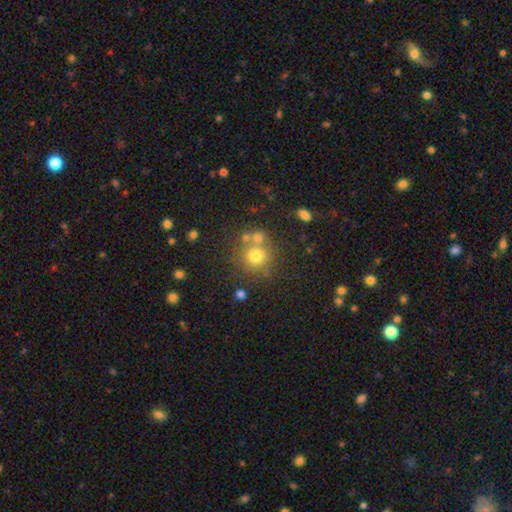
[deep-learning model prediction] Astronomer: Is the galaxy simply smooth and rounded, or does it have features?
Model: smooth — 72%.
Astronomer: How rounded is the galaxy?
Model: round — 90%.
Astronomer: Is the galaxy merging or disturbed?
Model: none — 66%.